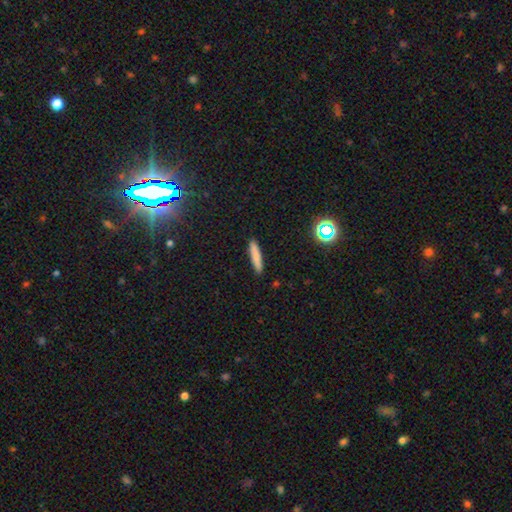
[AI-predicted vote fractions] Smooth or featured? Predicted: smooth (p=0.81). How rounded? Predicted: cigar-shaped (p=0.91). Merging? Predicted: none (p=0.90).